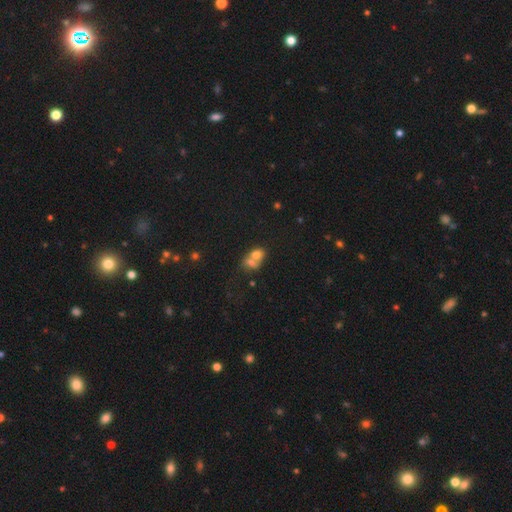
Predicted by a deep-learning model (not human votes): A smooth galaxy with no disk features (65%) that is in between round and cigar-shaped (50%). Merging: merger (69%).